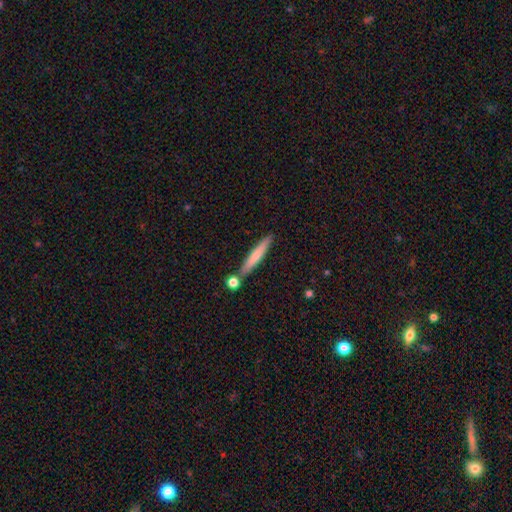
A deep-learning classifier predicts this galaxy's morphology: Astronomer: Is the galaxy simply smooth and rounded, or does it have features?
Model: smooth — 66%.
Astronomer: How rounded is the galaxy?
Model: cigar-shaped — 94%.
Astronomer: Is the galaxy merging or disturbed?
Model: none — 80%.